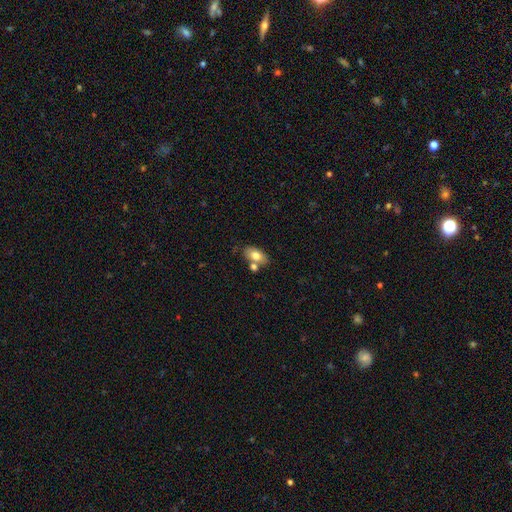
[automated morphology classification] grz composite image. It shows a smooth galaxy with no disk features (76%) that is in between round and cigar-shaped (89%). Merging: none (61%).